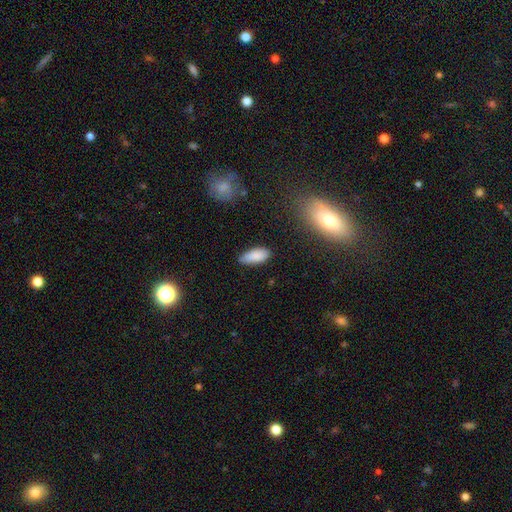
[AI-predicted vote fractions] smooth_or_featured: smooth (p=0.87) [alt: star or artifact p=0.07]
how_rounded: in between (p=0.82) [alt: cigar-shaped p=0.16]
merging: none (p=0.73) [alt: minor disturbance p=0.22]